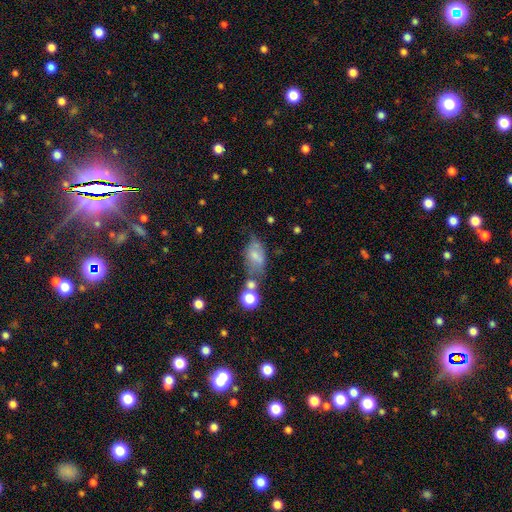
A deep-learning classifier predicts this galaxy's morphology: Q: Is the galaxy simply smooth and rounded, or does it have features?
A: smooth — 58%.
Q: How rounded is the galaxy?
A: in between — 85%.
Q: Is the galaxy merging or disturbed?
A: none — 33%.